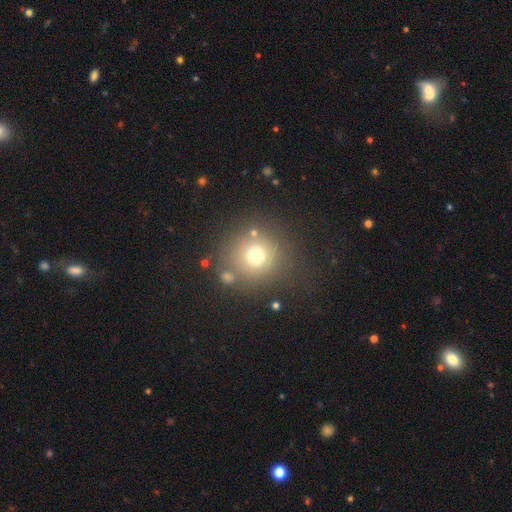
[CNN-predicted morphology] Q: Smooth or featured?
A: smooth (70%); runner-up: star or artifact (18%)
Q: How rounded?
A: round (93%); runner-up: in between (6%)
Q: Merging?
A: none (77%); runner-up: minor disturbance (10%)